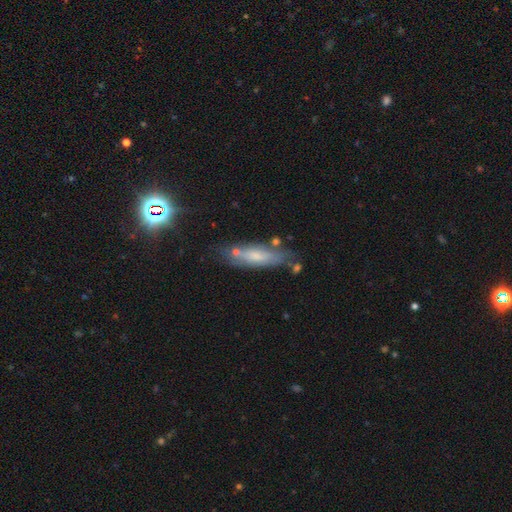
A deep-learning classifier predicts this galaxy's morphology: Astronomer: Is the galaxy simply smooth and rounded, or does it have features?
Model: smooth — 51% (runner-up: featured or disk, 38%).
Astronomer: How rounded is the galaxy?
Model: cigar-shaped — 67%.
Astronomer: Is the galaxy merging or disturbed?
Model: none — 68%.